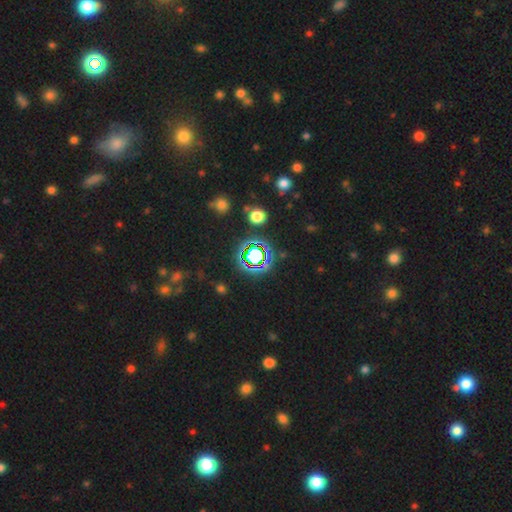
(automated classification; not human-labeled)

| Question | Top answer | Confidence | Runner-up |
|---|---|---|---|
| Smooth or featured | star or artifact | 67% | smooth (23%) |